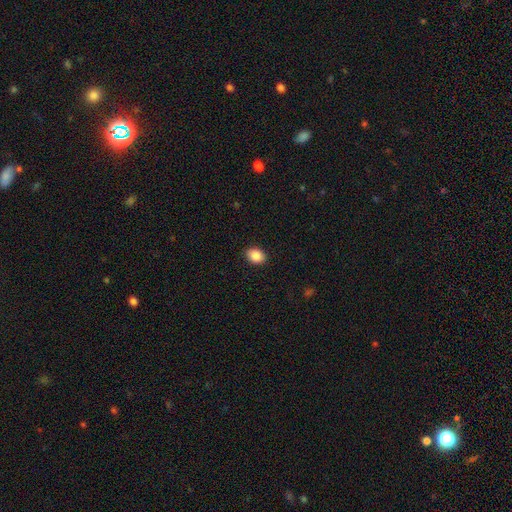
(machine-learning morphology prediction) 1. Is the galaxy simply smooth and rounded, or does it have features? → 89% smooth, 8% star or artifact, 3% featured or disk.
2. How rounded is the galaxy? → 66% in between, 33% round, 1% cigar-shaped.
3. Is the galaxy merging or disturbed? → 89% none, 8% minor disturbance, 2% major disturbance, 1% merger.